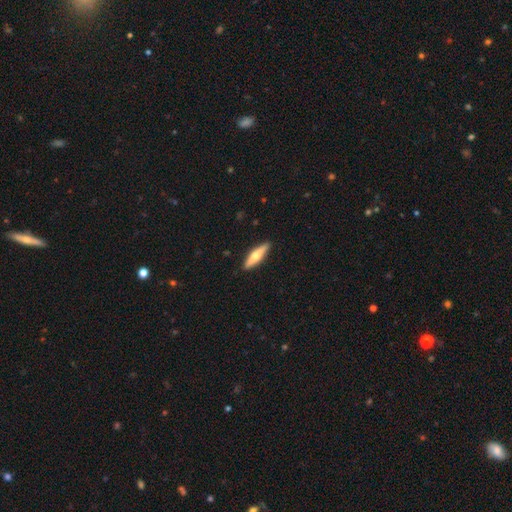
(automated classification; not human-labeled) A smooth galaxy with no disk features (48%).

Vote fractions:
- Smooth or featured? smooth: 48% / featured or disk: 46% / star or artifact: 5%
- Merging? none: 90% / minor disturbance: 7% / major disturbance: 1% / merger: 1%